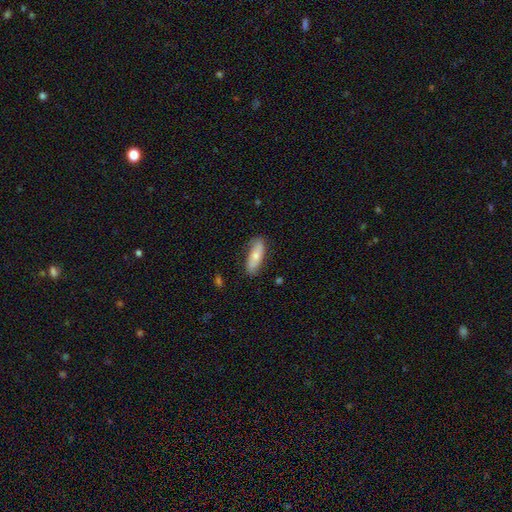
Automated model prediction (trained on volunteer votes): Overall: smooth (69%). How rounded: in between (61%; cigar-shaped 37%). Merging: none (79%).